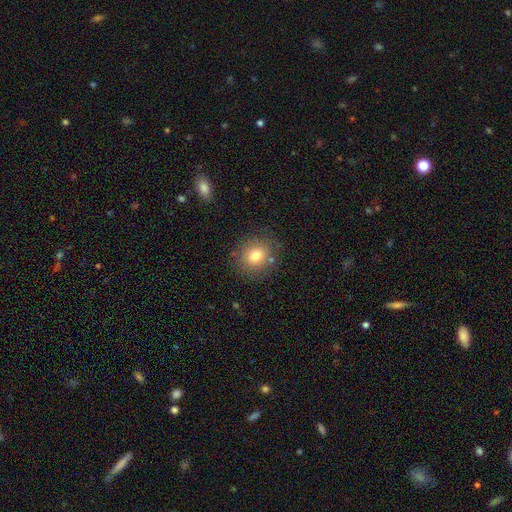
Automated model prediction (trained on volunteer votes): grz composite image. It shows a smooth galaxy with no disk features (77%) that is round (85%). Merging: none (83%).